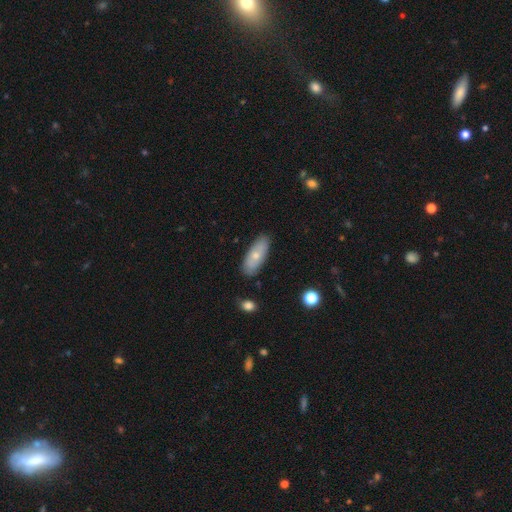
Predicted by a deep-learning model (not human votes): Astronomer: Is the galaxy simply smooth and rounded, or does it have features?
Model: smooth — 64%.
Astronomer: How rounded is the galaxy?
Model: in between — 77%.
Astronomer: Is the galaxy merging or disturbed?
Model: none — 84%.